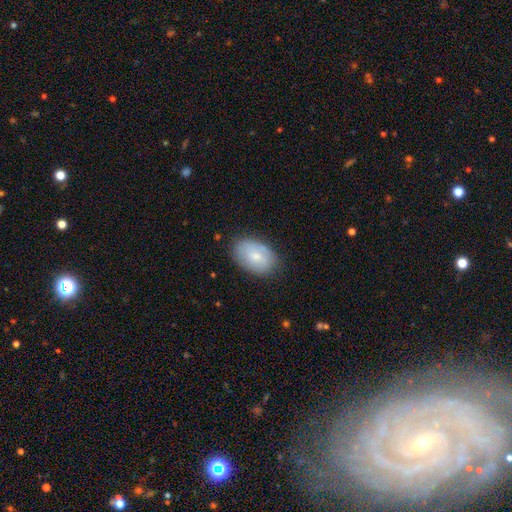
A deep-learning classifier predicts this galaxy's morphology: This appears to be a smooth galaxy with no disk features (67%) that is in between round and cigar-shaped (89%). Merging: none (76%).